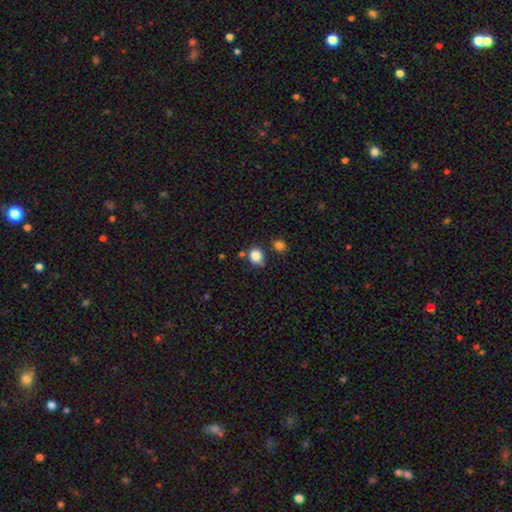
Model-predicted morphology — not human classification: Smooth or featured? smooth (85%)
How rounded? round (73%)
Merging? none (72%)